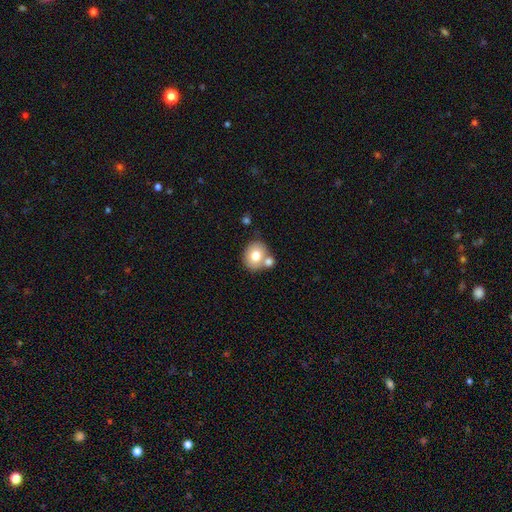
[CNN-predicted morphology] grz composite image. It shows a smooth galaxy with no disk features (73%) that is round (69%). Merging: none (56%).